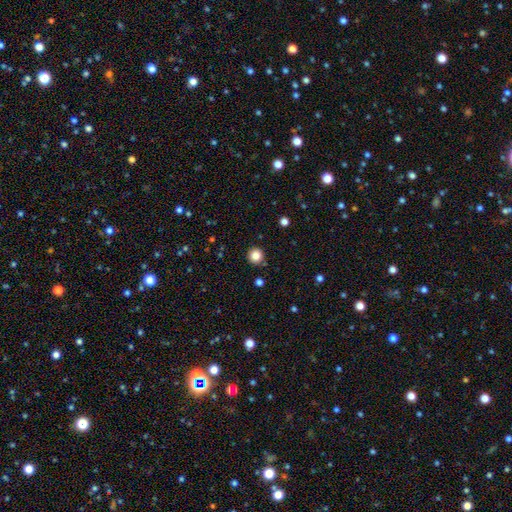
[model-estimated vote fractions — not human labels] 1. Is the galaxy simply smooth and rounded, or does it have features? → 84% smooth, 11% star or artifact, 5% featured or disk.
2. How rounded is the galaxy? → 94% round, 5% in between, 1% cigar-shaped.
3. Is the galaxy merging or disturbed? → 90% none, 6% minor disturbance, 2% merger, 2% major disturbance.